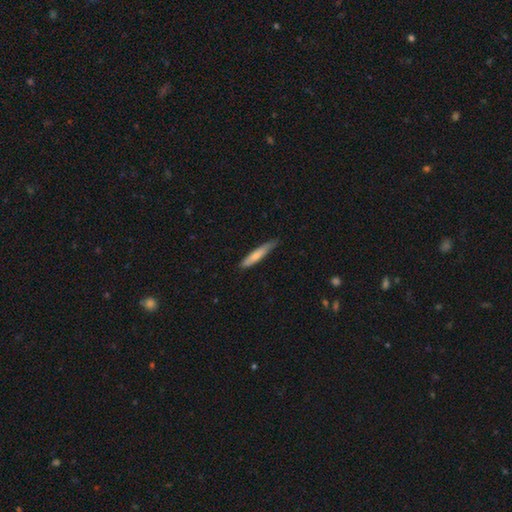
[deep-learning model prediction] A smooth galaxy with no disk features (70%) that is cigar-shaped (90%).

Vote fractions:
- Smooth or featured? smooth: 70% / featured or disk: 25% / star or artifact: 5%
- How rounded? cigar-shaped: 90% / in between: 9% / round: 1%
- Merging? none: 69% / minor disturbance: 27% / major disturbance: 3% / merger: 1%